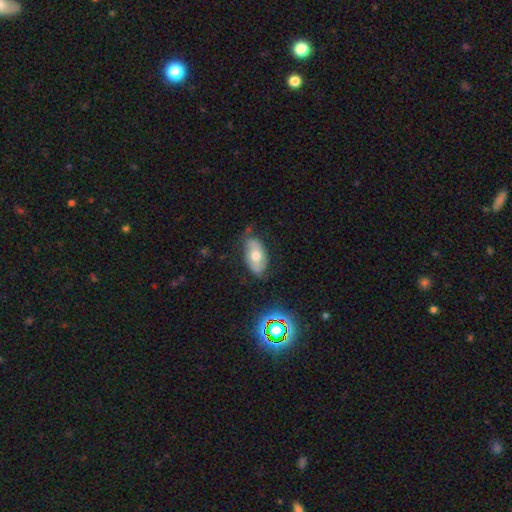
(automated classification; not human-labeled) This appears to be a smooth galaxy with no disk features (55%) that is in between round and cigar-shaped (91%). Merging: none (66%).